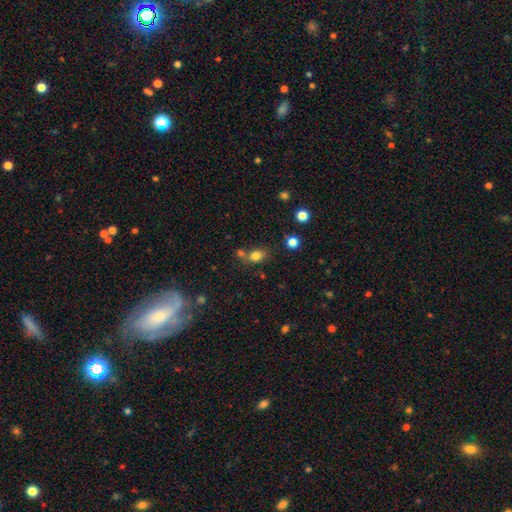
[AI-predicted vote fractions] Smooth or featured? Predicted: smooth (p=0.79). How rounded? Predicted: in between (p=0.57). Merging? Predicted: none (p=0.60).